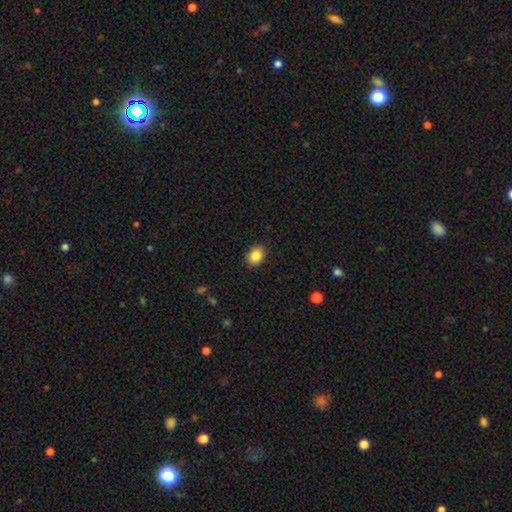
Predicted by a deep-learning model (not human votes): smooth-or-featured: smooth: 86% | star or artifact: 9% | featured or disk: 5%
  how-rounded: in between: 56% | round: 43% | cigar-shaped: 1%
  merging: none: 90% | minor disturbance: 8% | major disturbance: 2% | merger: 1%